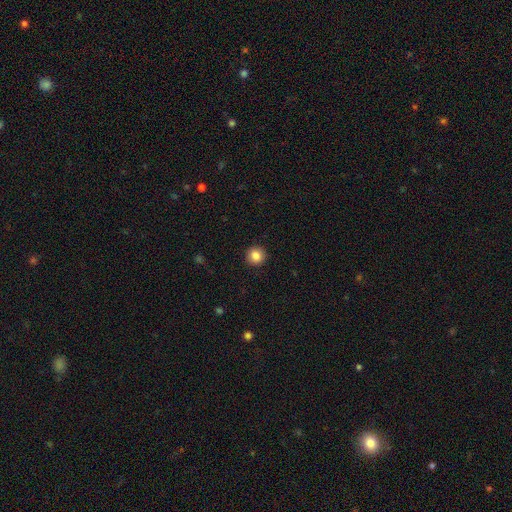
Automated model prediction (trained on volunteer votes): Morphology: type=smooth (85%); roundness=round (94%); merging=none (93%).